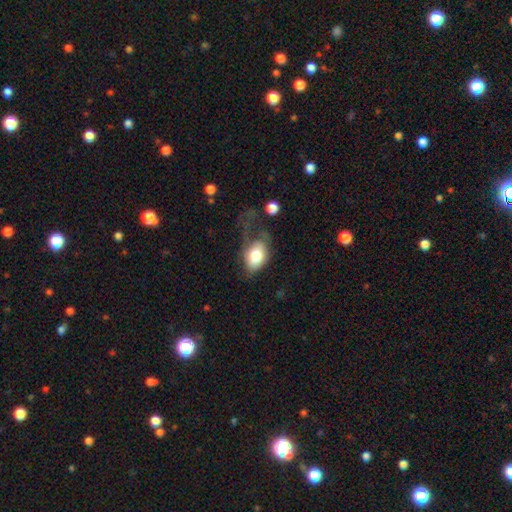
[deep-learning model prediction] Morphology: type=smooth (75%); roundness=in between (84%); merging=major disturbance (44%).